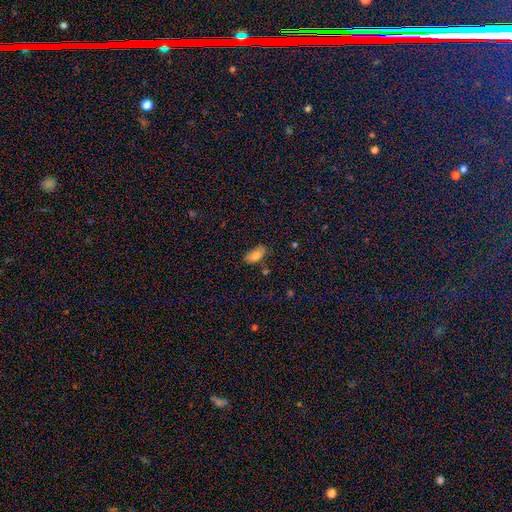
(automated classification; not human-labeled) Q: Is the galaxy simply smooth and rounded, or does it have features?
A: smooth — 82%.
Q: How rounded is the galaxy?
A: in between — 91%.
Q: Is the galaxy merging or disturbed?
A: none — 65%.